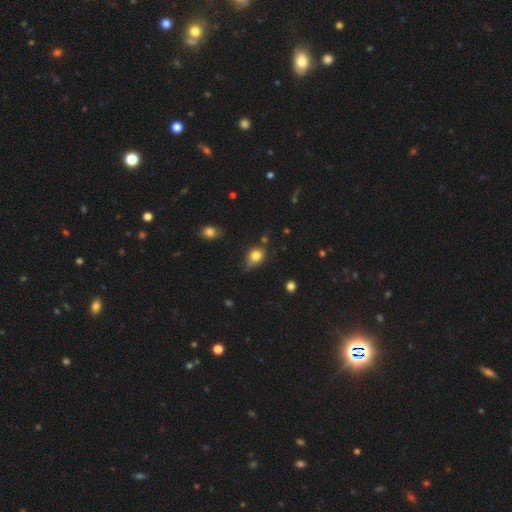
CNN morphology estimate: Smooth or featured?
  - smooth: 80% *
  - star or artifact: 11%
  - featured or disk: 9%
How rounded?
  - in between: 53% *
  - round: 45%
  - cigar-shaped: 2%
Merging?
  - none: 58% *
  - minor disturbance: 30%
  - major disturbance: 6%
  - merger: 5%